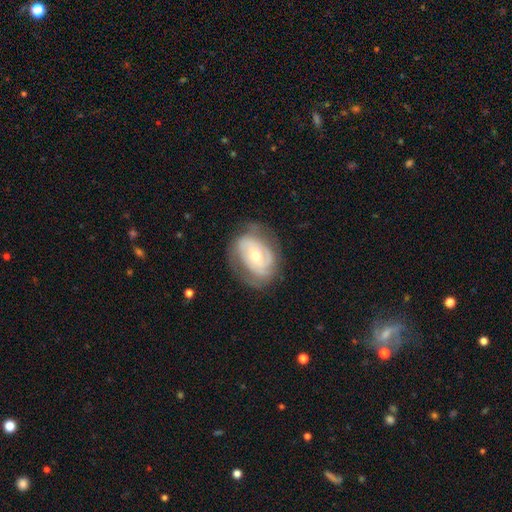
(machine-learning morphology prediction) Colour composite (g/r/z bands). It shows a featured or disk galaxy (75%) with no bar (46%), 2 (45%) tight (52%) spiral arms (85%) and a moderate central bulge (57%). Merging: none (62%).